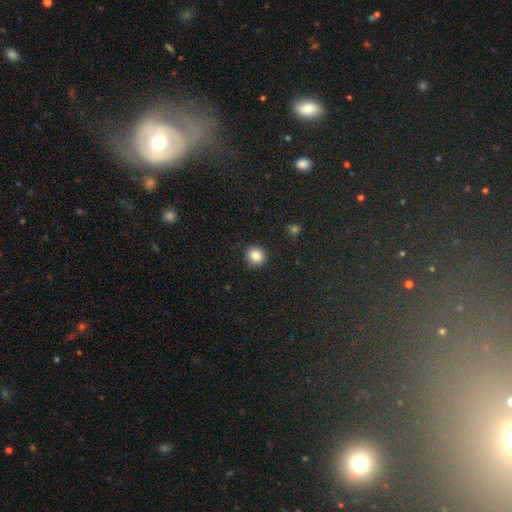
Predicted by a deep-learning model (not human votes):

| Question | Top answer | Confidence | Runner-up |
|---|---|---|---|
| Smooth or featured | smooth | 86% | star or artifact (10%) |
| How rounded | round | 83% | in between (16%) |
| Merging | none | 91% | minor disturbance (6%) |